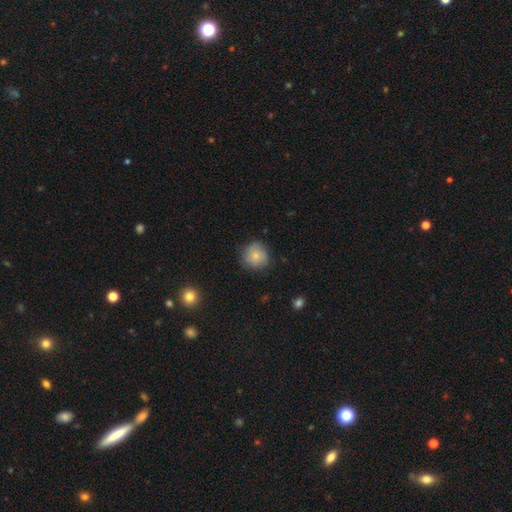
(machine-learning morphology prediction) This appears to be a smooth galaxy with no disk features (80%) that is round (91%). Merging: none (80%).